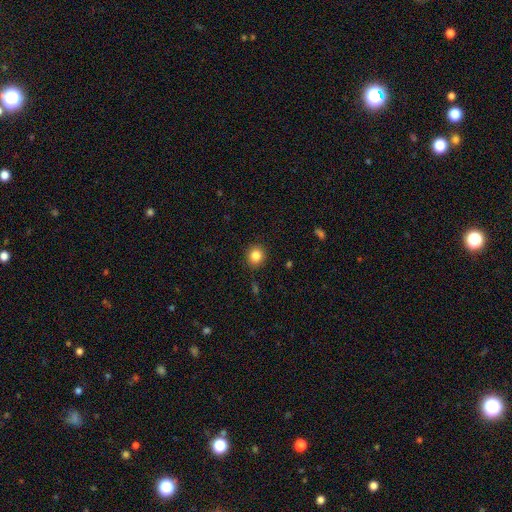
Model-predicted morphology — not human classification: The model was most divided on "smooth or featured": smooth: 85%, star or artifact: 10%, featured or disk: 5%. More confident: merging — none (90%); how rounded — round (87%).